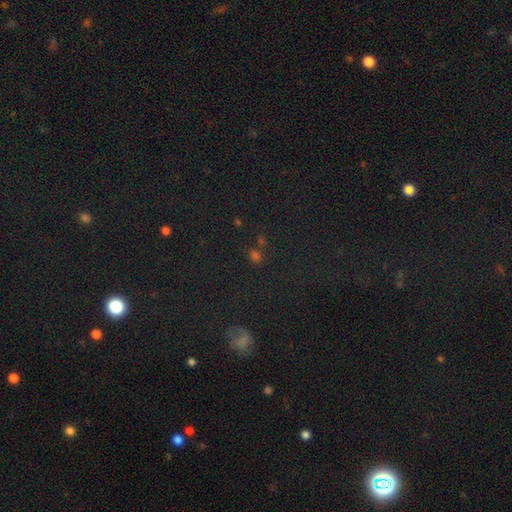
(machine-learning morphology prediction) smooth-or-featured: star or artifact: 46% | smooth: 45% | featured or disk: 9%